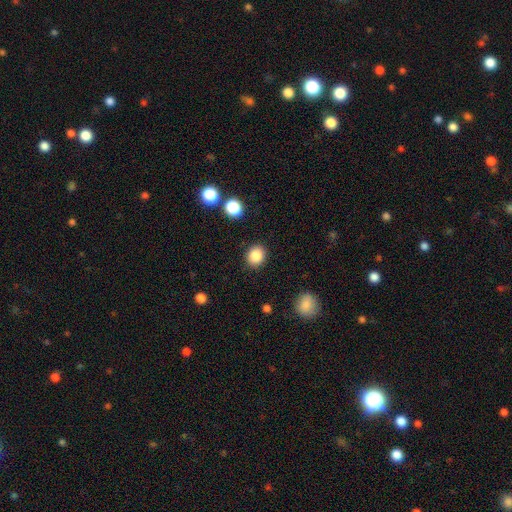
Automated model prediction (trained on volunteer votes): Smooth or featured? smooth (87%)
How rounded? round (69%)
Merging? none (89%)